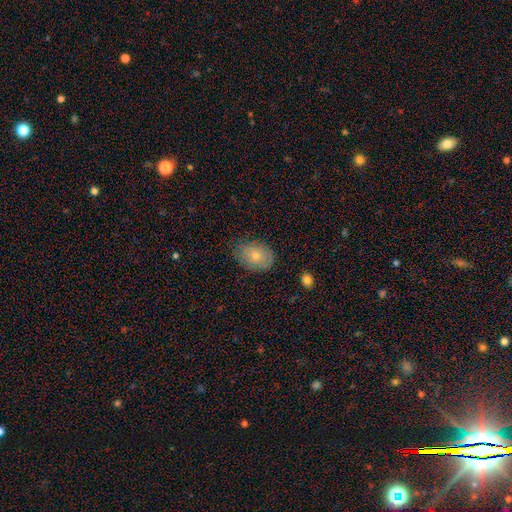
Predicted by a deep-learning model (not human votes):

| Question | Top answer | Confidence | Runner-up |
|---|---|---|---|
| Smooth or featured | smooth | 77% | featured or disk (15%) |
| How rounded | in between | 76% | round (23%) |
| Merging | none | 72% | minor disturbance (22%) |